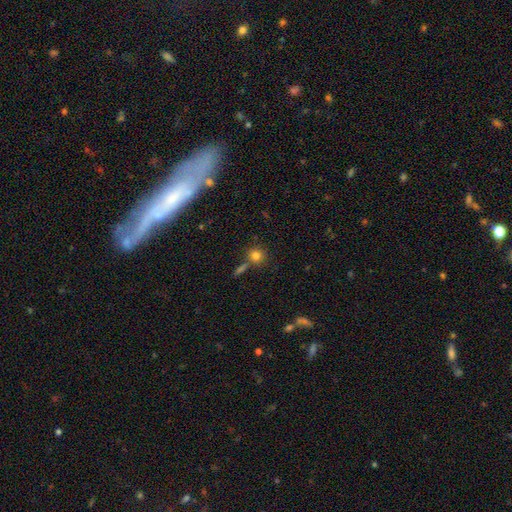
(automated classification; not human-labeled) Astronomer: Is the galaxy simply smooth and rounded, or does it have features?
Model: smooth — 79%.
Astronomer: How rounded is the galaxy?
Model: round — 87%.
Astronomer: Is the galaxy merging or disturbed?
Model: none — 70%.